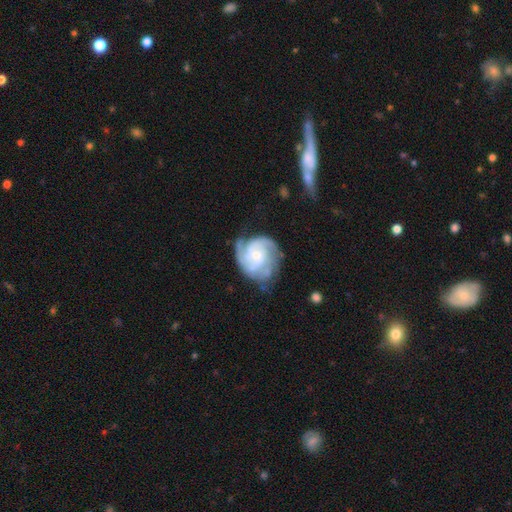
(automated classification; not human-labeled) This appears to be a featured or disk galaxy (86%) with no bar (69%), 2 (34%, tied with 3) tight (55%) spiral arms (97%) and a small central bulge (60%). Merging: none (62%).